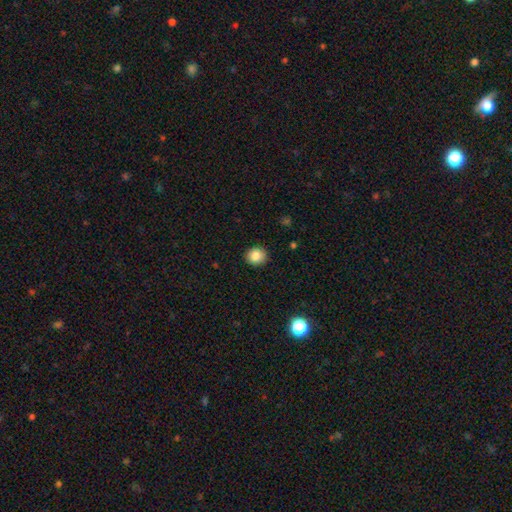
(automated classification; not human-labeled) A smooth galaxy with no disk features (85%) that is round (84%).

Vote fractions:
- Smooth or featured? smooth: 85% / star or artifact: 9% / featured or disk: 5%
- How rounded? round: 84% / in between: 15% / cigar-shaped: 1%
- Merging? none: 91% / minor disturbance: 7% / major disturbance: 2% / merger: 1%